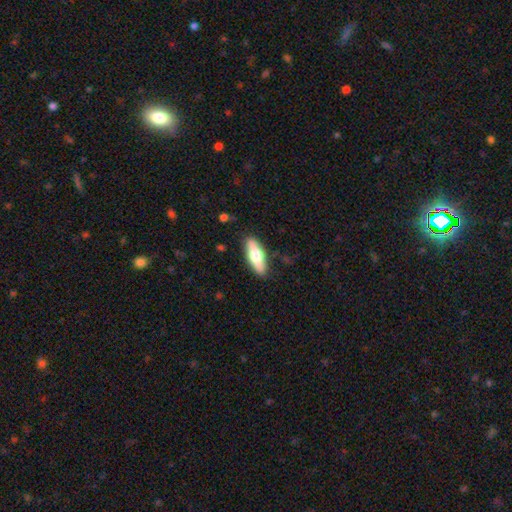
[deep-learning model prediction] Smooth or featured?
  - smooth: 57% *
  - featured or disk: 37%
  - star or artifact: 6%
How rounded?
  - in between: 58% *
  - cigar-shaped: 40%
  - round: 3%
Merging?
  - none: 87% *
  - minor disturbance: 10%
  - major disturbance: 2%
  - merger: 1%